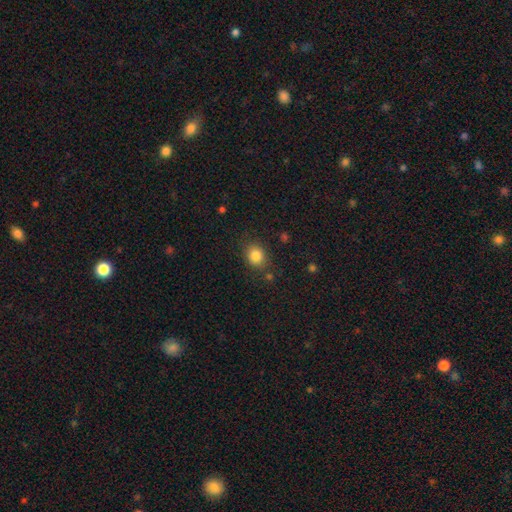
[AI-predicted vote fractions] Smooth or featured: smooth — 84% (star or artifact — 11%)
How rounded: round — 70% (in between — 30%)
Merging: none — 80% (minor disturbance — 12%)